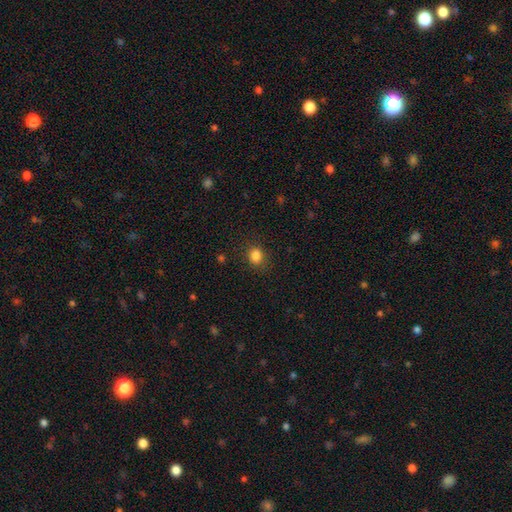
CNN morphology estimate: smooth_or_featured: smooth (p=0.84) [alt: star or artifact p=0.12]
how_rounded: round (p=0.69) [alt: in between p=0.30]
merging: none (p=0.85) [alt: minor disturbance p=0.11]